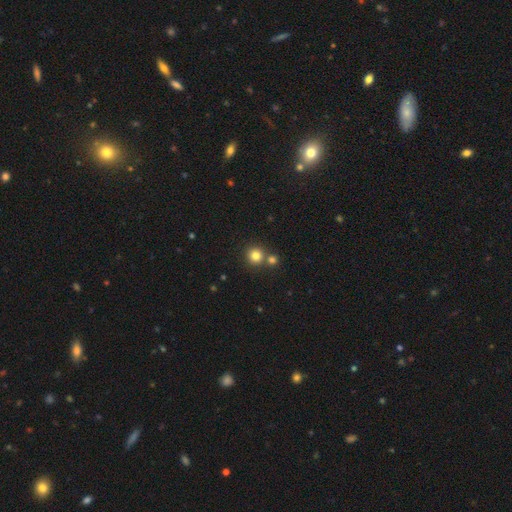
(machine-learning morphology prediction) Smooth or featured? smooth (81%)
How rounded? round (93%)
Merging? none (72%)